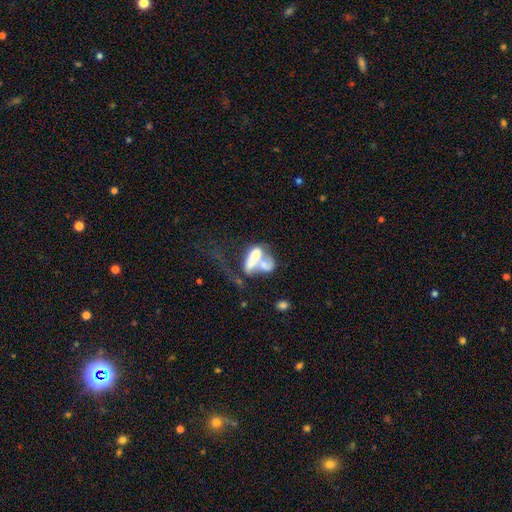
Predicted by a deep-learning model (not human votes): smooth-or-featured: smooth: 46% | featured or disk: 44% | star or artifact: 10%
  merging: merger: 68% | major disturbance: 17% | none: 9% | minor disturbance: 6%